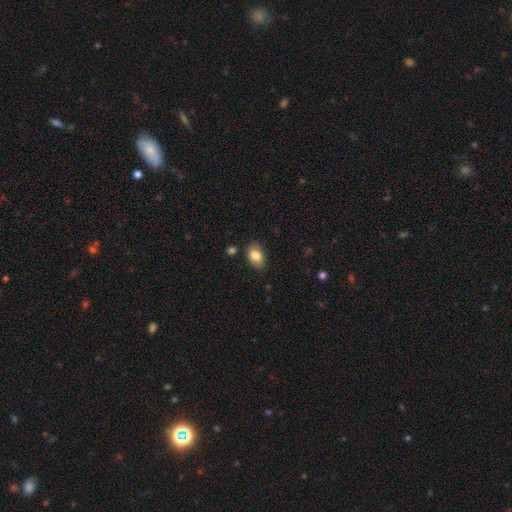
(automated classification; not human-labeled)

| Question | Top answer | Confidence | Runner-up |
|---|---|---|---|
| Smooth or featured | smooth | 80% | featured or disk (12%) |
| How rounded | in between | 90% | round (9%) |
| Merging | none | 83% | minor disturbance (12%) |